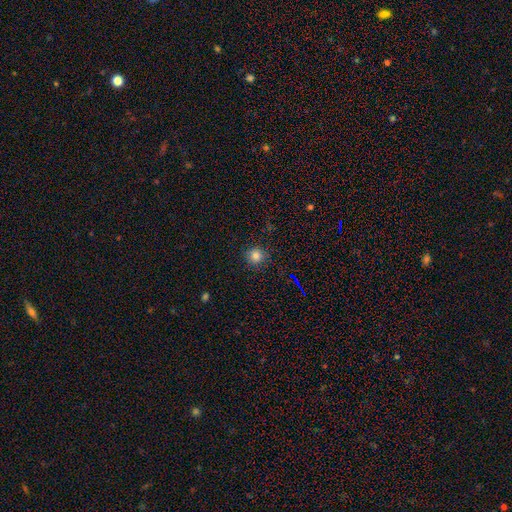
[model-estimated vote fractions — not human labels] Smooth or featured?
  - smooth: 79% *
  - star or artifact: 15%
  - featured or disk: 6%
How rounded?
  - round: 93% *
  - in between: 6%
  - cigar-shaped: 1%
Merging?
  - none: 89% *
  - minor disturbance: 8%
  - major disturbance: 2%
  - merger: 1%